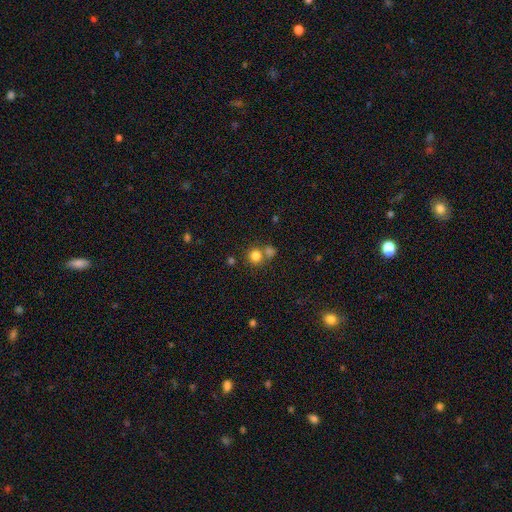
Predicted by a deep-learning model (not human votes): Overall: smooth (80%). How rounded: round (88%). Merging: none (60%; merger 28%).